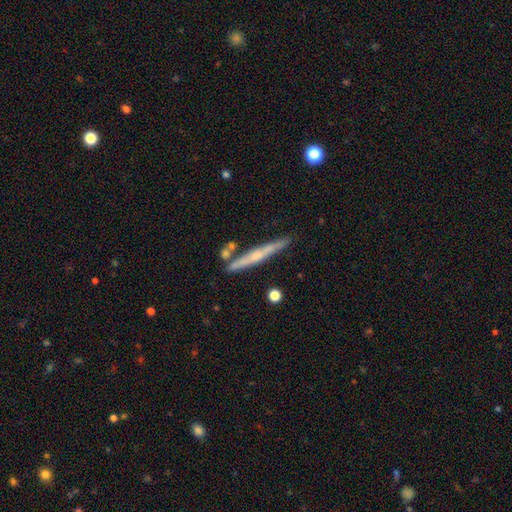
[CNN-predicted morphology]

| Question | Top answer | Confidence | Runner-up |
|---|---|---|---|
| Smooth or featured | featured or disk | 63% | smooth (30%) |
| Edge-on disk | yes | 97% | no (3%) |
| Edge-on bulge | rounded | 56% | none (35%) |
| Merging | none | 80% | minor disturbance (11%) |